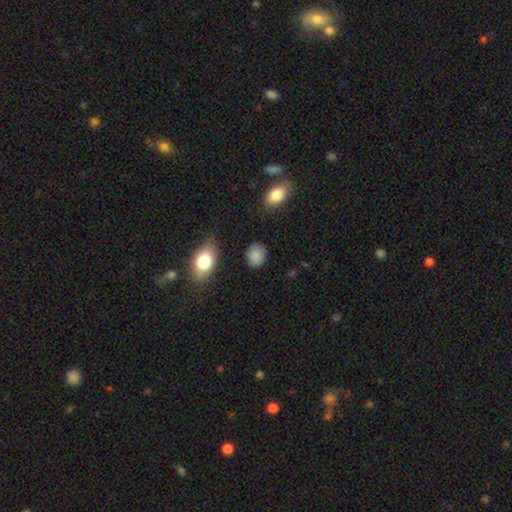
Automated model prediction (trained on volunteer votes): Smooth or featured? Predicted: smooth (p=0.87). How rounded? Predicted: round (p=0.57). Merging? Predicted: none (p=0.81).